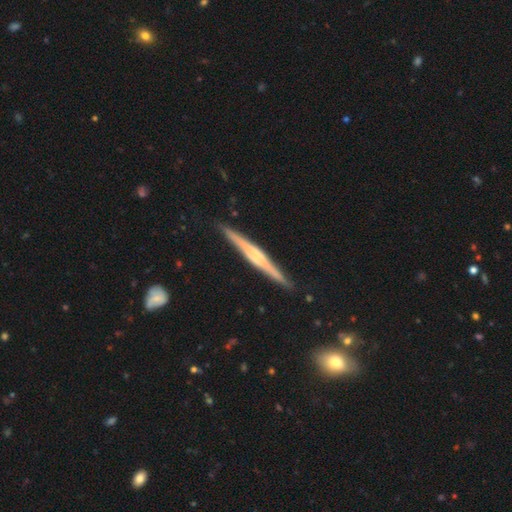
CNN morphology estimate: smooth-or-featured: featured or disk: 76% | smooth: 18% | star or artifact: 6%
  disk-edge-on: yes: 98% | no: 2%
    edge-on-bulge: rounded: 50% | boxy: 33% | none: 17%
  merging: none: 90% | minor disturbance: 8% | major disturbance: 2% | merger: 1%